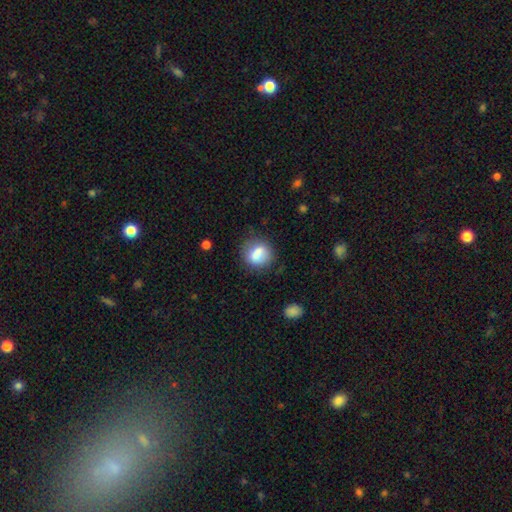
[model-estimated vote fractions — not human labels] Morphology: type=smooth (73%); roundness=round (59%); merging=none (70%).